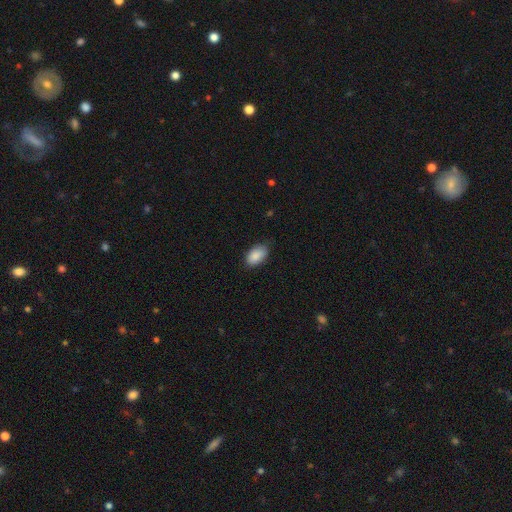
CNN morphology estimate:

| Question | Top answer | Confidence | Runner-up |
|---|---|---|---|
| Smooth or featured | smooth | 89% | star or artifact (6%) |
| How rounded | in between | 93% | round (5%) |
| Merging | none | 76% | minor disturbance (20%) |